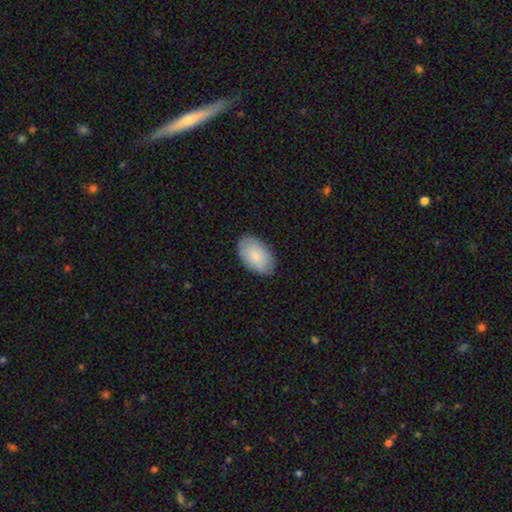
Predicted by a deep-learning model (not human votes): The model was most divided on "smooth or featured": smooth: 80%, featured or disk: 14%, star or artifact: 6%. More confident: how rounded — in between (94%); merging — none (84%).